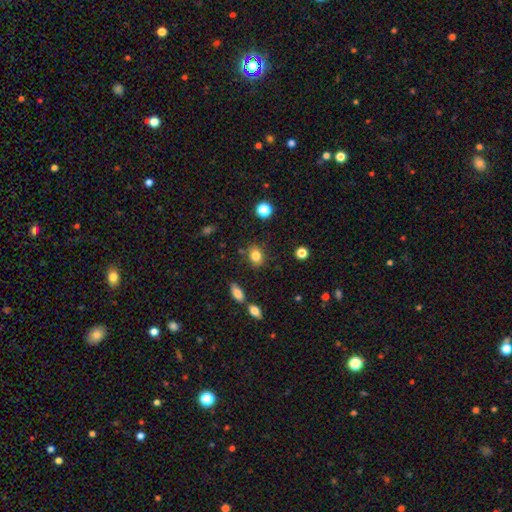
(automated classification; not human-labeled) Smooth or featured: smooth — 82% (star or artifact — 11%)
How rounded: in between — 60% (round — 39%)
Merging: none — 80% (minor disturbance — 12%)